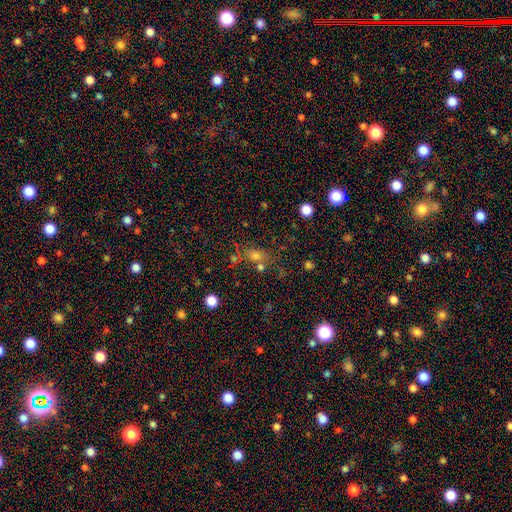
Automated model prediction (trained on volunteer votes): This appears to be a smooth galaxy with no disk features (59%) that is round (54%). Merging: none (56%).